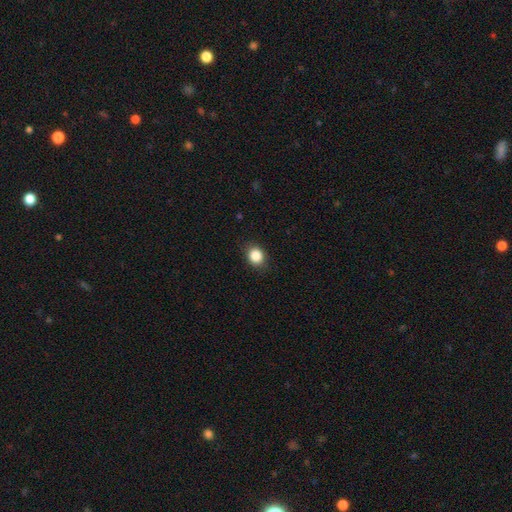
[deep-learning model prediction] Smooth or featured? smooth (86%)
How rounded? round (69%)
Merging? none (87%)